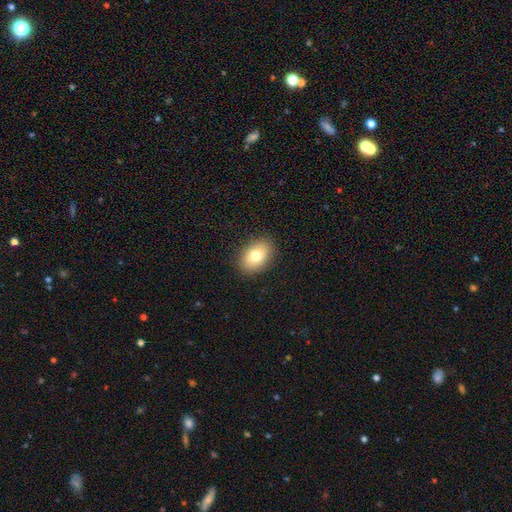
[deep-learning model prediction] smooth-or-featured: smooth: 78% | featured or disk: 14% | star or artifact: 8%
  how-rounded: in between: 83% | round: 16% | cigar-shaped: 1%
  merging: none: 89% | minor disturbance: 8% | major disturbance: 2% | merger: 1%